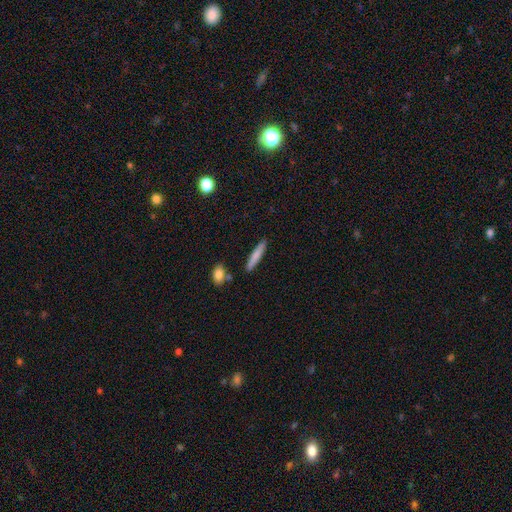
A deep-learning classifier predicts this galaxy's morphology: The model was most divided on "smooth or featured": smooth: 78%, featured or disk: 17%, star or artifact: 6%. More confident: how rounded — cigar-shaped (91%); merging — none (86%).